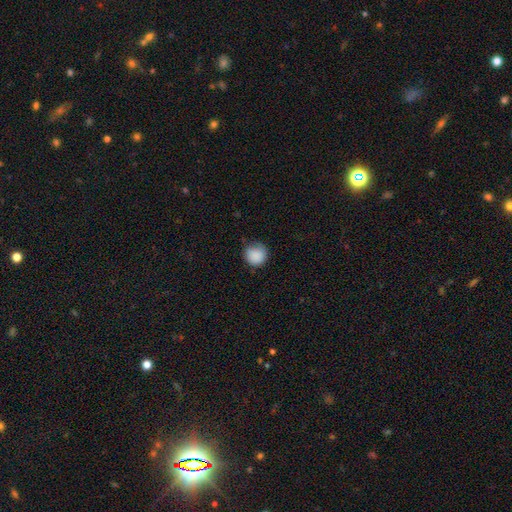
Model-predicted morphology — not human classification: smooth 88%, star or artifact 8%, featured or disk 5%. Down the decision tree: how rounded — round (90%); merging — none (67%).